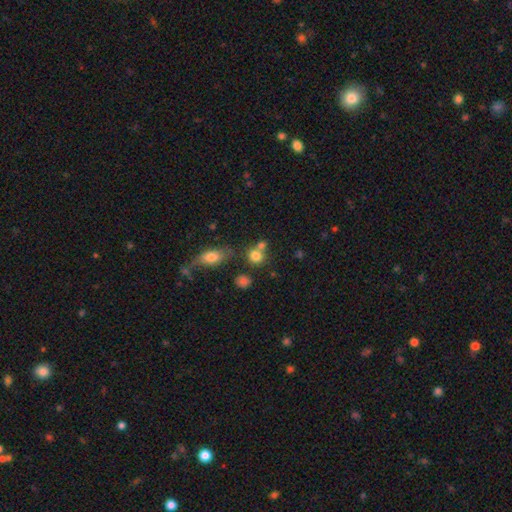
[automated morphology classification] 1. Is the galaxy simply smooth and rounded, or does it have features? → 78% smooth, 12% star or artifact, 9% featured or disk.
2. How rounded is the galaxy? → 80% round, 19% in between, 2% cigar-shaped.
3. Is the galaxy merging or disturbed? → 53% none, 33% merger, 10% minor disturbance, 4% major disturbance.